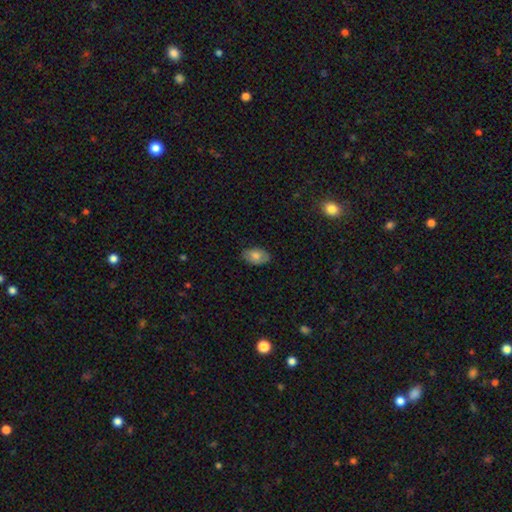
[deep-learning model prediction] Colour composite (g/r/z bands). It shows a smooth galaxy with no disk features (78%) that is in between round and cigar-shaped (91%). Merging: none (82%).